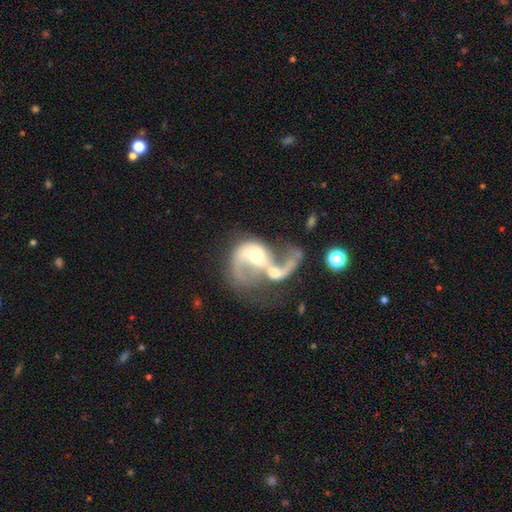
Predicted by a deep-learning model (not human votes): Smooth or featured: featured or disk — 77% (smooth — 15%)
Edge-on disk: no — 97% (yes — 3%)
Bar: no — 62% (weak — 29%)
Spiral arms: yes — 80% (no — 20%)
Spiral winding: loose — 64% (medium — 28%)
Spiral arm count: 2 — 51% (1 — 32%)
Bulge size: moderate — 61% (small — 24%)
Merging: merger — 59% (major disturbance — 23%)